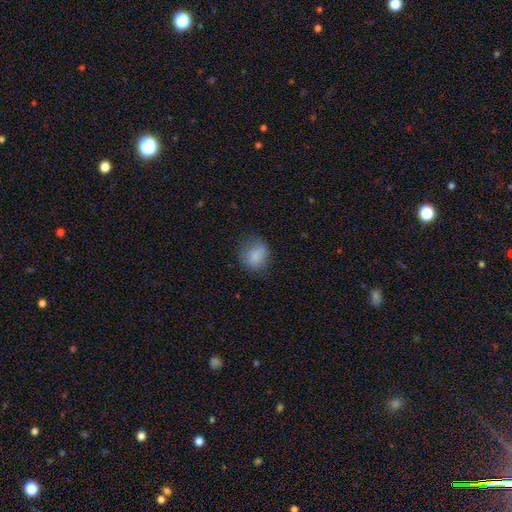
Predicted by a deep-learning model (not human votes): smooth 80%, featured or disk 10%, star or artifact 9%. Down the decision tree: how rounded — round (62%); merging — none (63%).